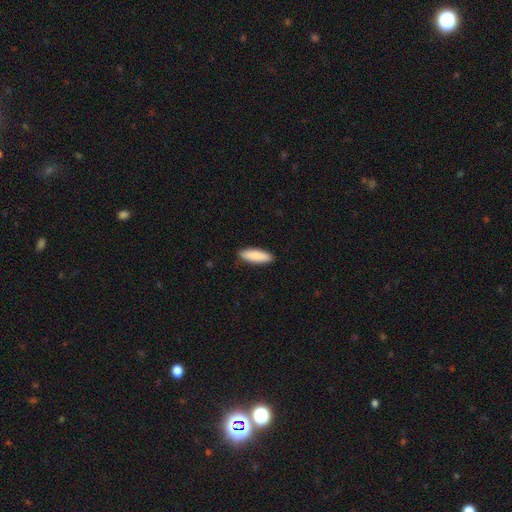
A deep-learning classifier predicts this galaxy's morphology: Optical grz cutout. It shows a smooth galaxy with no disk features (89%) that is in between round and cigar-shaped (51%). Merging: none (89%).